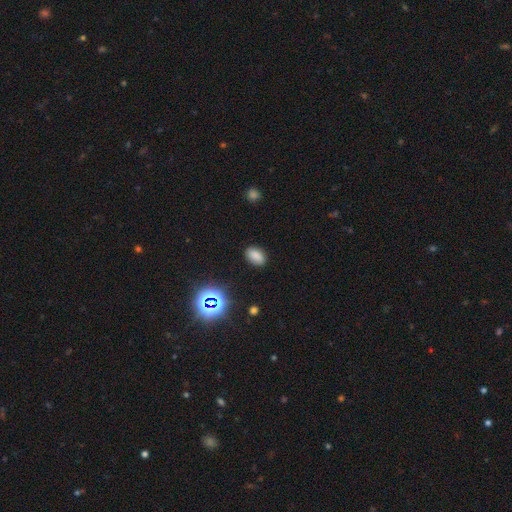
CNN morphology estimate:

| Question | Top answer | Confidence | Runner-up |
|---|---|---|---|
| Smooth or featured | smooth | 79% | star or artifact (15%) |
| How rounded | in between | 89% | round (9%) |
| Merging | none | 85% | minor disturbance (11%) |